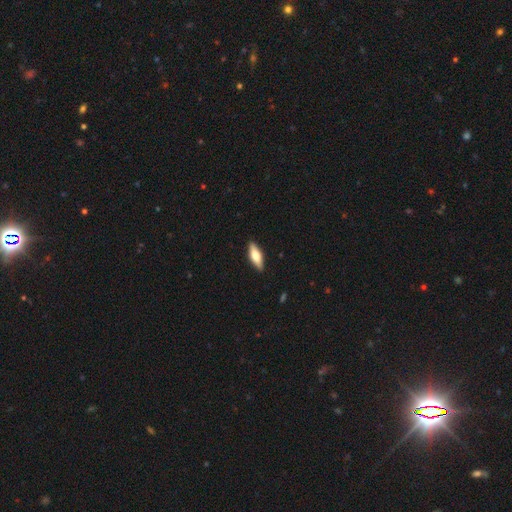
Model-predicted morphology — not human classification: smooth 61%, featured or disk 34%, star or artifact 6%. Down the decision tree: how rounded — in between (53%); merging — none (89%).